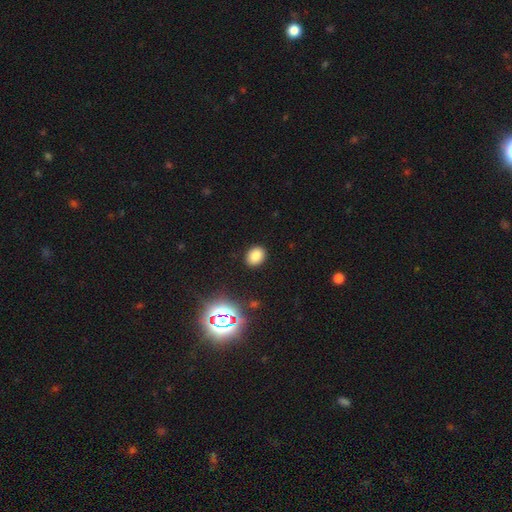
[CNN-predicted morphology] Smooth or featured?
  - smooth: 80% *
  - star or artifact: 15%
  - featured or disk: 5%
How rounded?
  - in between: 60% *
  - round: 39%
  - cigar-shaped: 1%
Merging?
  - none: 89% *
  - minor disturbance: 7%
  - major disturbance: 2%
  - merger: 1%